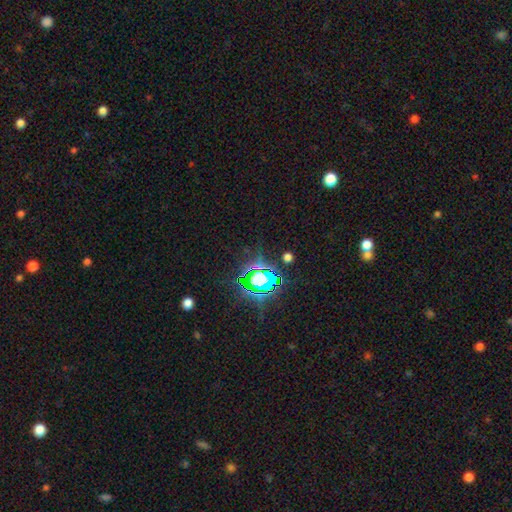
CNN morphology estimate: A star or artifact, not a galaxy (80%).

Vote fractions:
- Smooth or featured? star or artifact: 80% / smooth: 13% / featured or disk: 8%